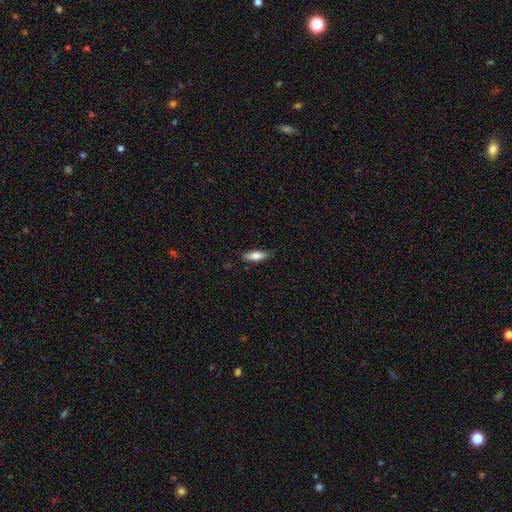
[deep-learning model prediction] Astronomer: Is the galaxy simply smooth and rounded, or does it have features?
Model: smooth — 77%.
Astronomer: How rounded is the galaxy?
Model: in between — 54% (runner-up: cigar-shaped, 44%).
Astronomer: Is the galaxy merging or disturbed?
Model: none — 80%.